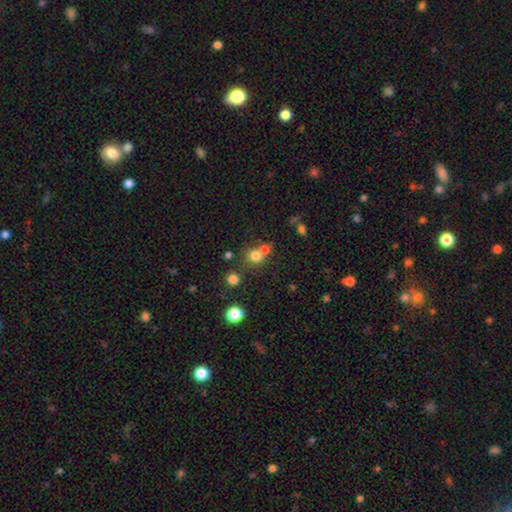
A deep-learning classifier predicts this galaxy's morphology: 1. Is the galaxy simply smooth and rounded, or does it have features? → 74% smooth, 16% star or artifact, 10% featured or disk.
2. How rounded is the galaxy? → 82% round, 17% in between, 1% cigar-shaped.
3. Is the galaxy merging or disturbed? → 52% none, 36% merger, 8% minor disturbance, 4% major disturbance.